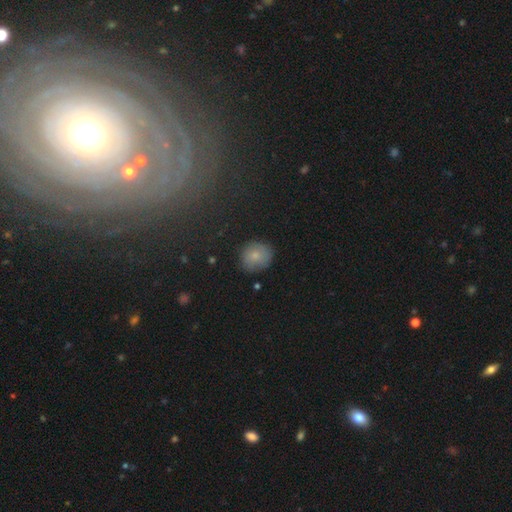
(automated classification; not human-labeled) The model was most divided on "how rounded": round: 81%, in between: 18%, cigar-shaped: 1%. More confident: merging — none (80%); smooth or featured — smooth (79%).